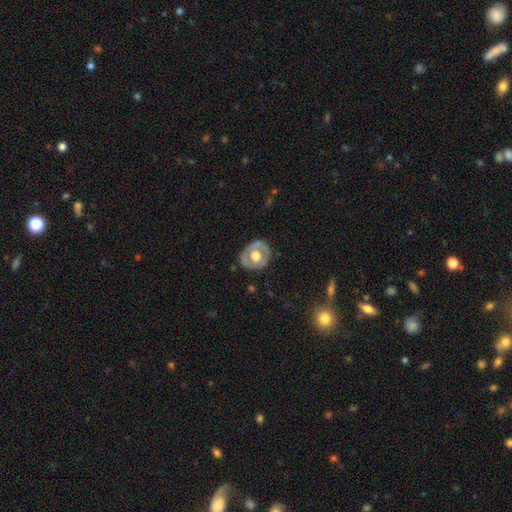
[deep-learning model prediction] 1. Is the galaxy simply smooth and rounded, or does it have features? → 55% featured or disk, 39% smooth, 6% star or artifact.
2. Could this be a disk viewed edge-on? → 94% no, 6% yes.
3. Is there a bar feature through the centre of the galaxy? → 83% no, 14% weak, 3% strong.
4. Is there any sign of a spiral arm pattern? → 76% no, 24% yes.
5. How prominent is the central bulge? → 51% moderate, 43% large, 3% small, 2% dominant, 1% none.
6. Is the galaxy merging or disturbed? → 78% none, 16% minor disturbance, 5% major disturbance, 1% merger.